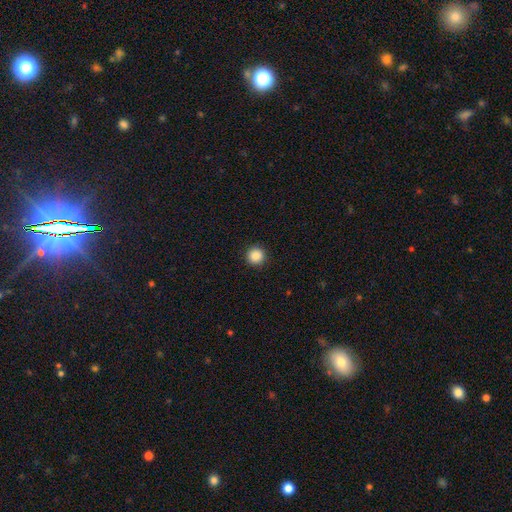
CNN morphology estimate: Overall: smooth (88%). How rounded: round (96%). Merging: none (93%).